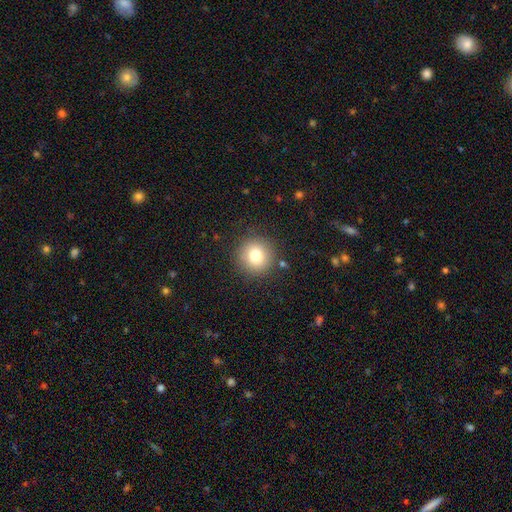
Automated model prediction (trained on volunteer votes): smooth 77%, star or artifact 12%, featured or disk 11%. Down the decision tree: how rounded — round (95%); merging — none (88%).